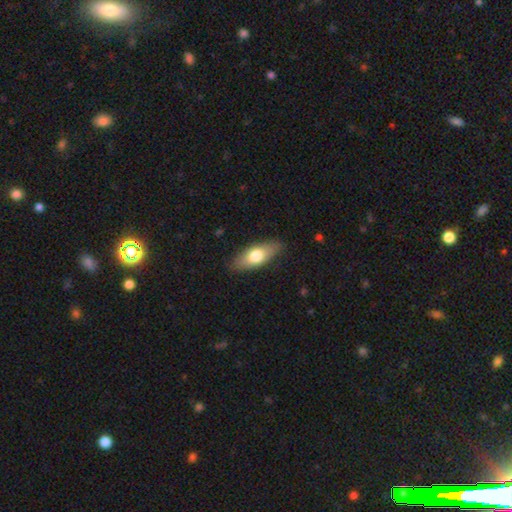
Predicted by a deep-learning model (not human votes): This appears to be a smooth galaxy with no disk features (69%) that is in between round and cigar-shaped (75%). Merging: none (84%).